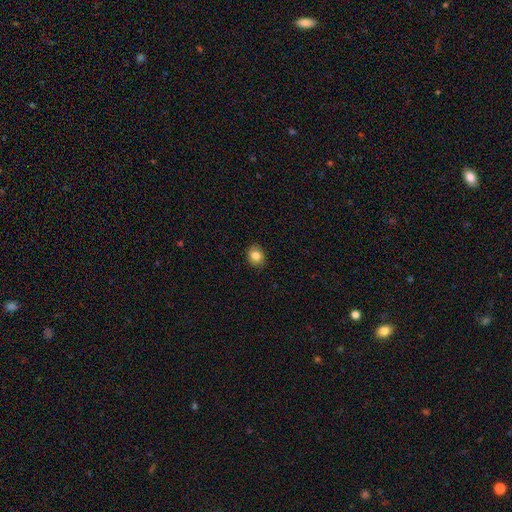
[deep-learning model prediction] A smooth galaxy with no disk features (83%) that is round (66%).

Vote fractions:
- Smooth or featured? smooth: 83% / star or artifact: 10% / featured or disk: 7%
- How rounded? round: 66% / in between: 34% / cigar-shaped: 1%
- Merging? none: 89% / minor disturbance: 8% / major disturbance: 2% / merger: 1%